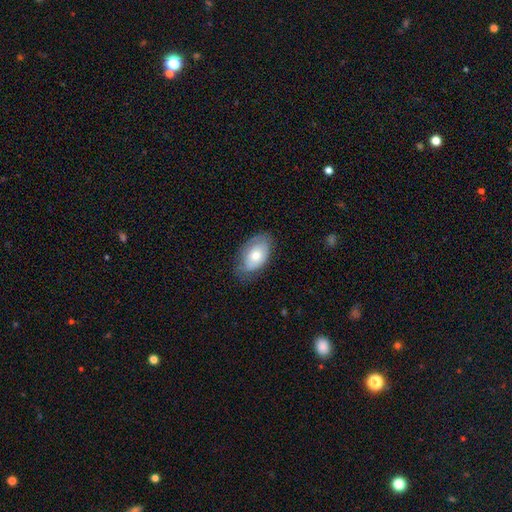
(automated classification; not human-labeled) Smooth or featured? Predicted: smooth (p=0.64). How rounded? Predicted: in between (p=0.91). Merging? Predicted: none (p=0.66).